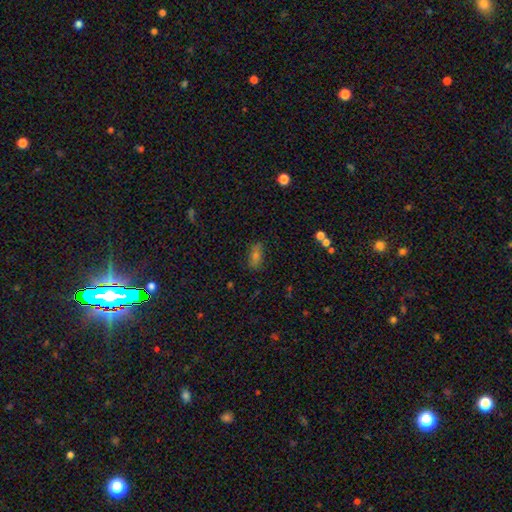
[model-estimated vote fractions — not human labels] smooth-or-featured: smooth: 52% | star or artifact: 28% | featured or disk: 20%
  how-rounded: in between: 81% | round: 11% | cigar-shaped: 8%
  merging: none: 77% | minor disturbance: 16% | major disturbance: 5% | merger: 2%